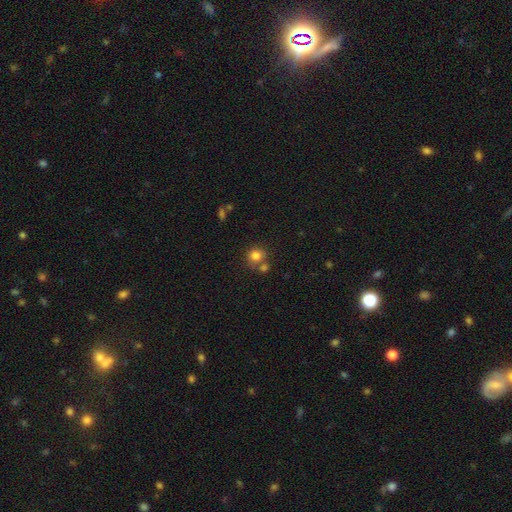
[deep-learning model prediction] A smooth galaxy with no disk features (80%) that is round (84%).

Vote fractions:
- Smooth or featured? smooth: 80% / star or artifact: 12% / featured or disk: 8%
- How rounded? round: 84% / in between: 15% / cigar-shaped: 1%
- Merging? none: 59% / merger: 26% / minor disturbance: 11% / major disturbance: 4%